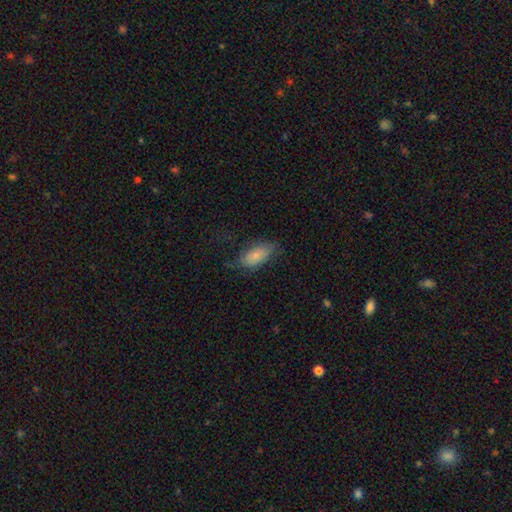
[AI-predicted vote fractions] The model was most divided on "merging": none: 59%, minor disturbance: 27%, major disturbance: 13%, merger: 1%. More confident: how rounded — in between (91%); smooth or featured — smooth (75%).